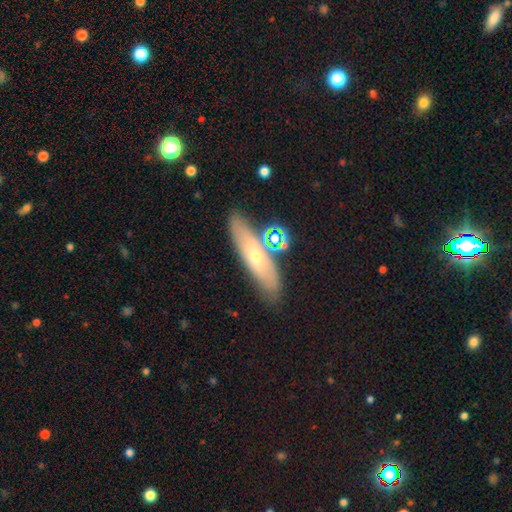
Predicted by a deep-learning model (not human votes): featured or disk 53%, smooth 37%, star or artifact 10%. Down the decision tree: edge-on disk — no (52%); merging — none (76%).